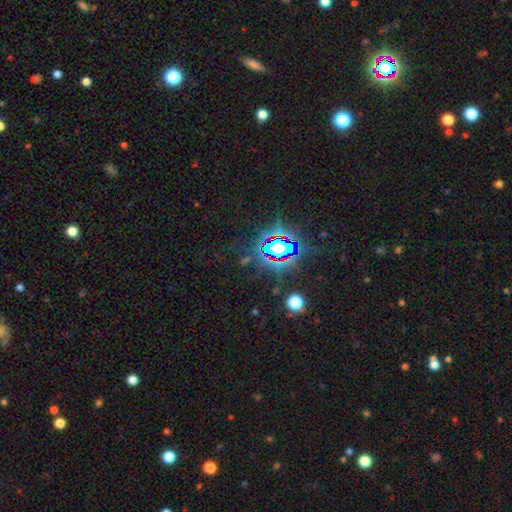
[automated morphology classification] A star or artifact, not a galaxy (82%).

Vote fractions:
- Smooth or featured? star or artifact: 82% / smooth: 11% / featured or disk: 7%